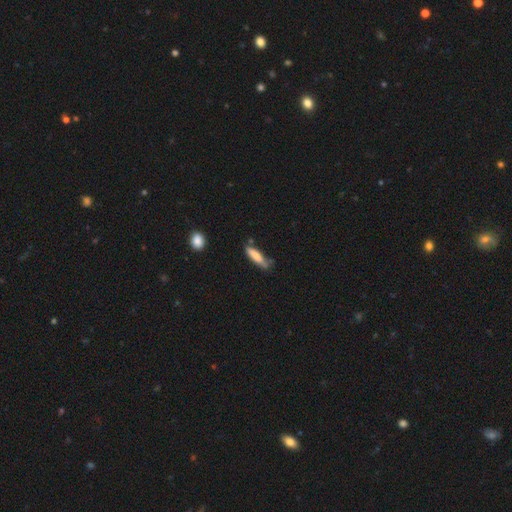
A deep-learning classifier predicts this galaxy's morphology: type=smooth (75%); roundness=cigar-shaped (69%); merging=none (60%).